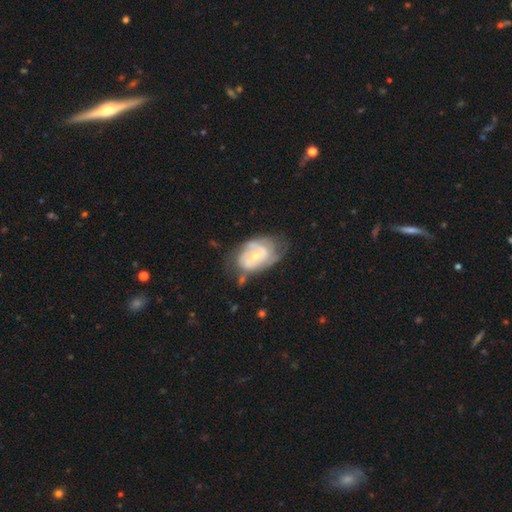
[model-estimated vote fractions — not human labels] The model was most divided on "bulge size": small: 52%, moderate: 43%, large: 2%, none: 2%, dominant: 1%. Remaining: edge-on disk — no (97%); spiral arms — yes (85%); smooth or featured — featured or disk (76%); spiral winding — tight (53%); bar — no (53%); merging — none (49%); spiral arm count — 2 (46%).